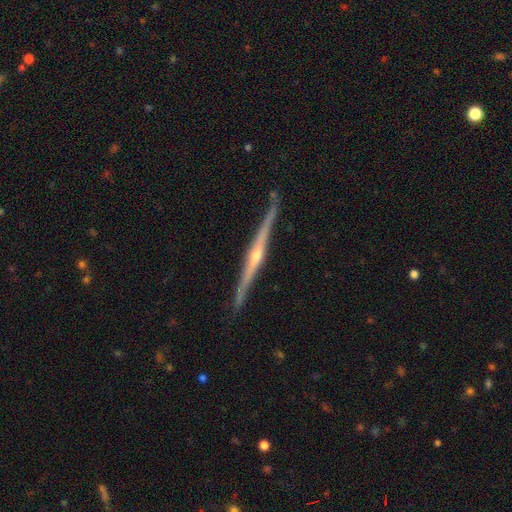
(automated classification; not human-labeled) Smooth or featured? Predicted: featured or disk (p=0.84). Edge-on disk? Predicted: yes (p=0.98). Edge-on bulge? Predicted: rounded (p=0.82). Merging? Predicted: none (p=0.86).